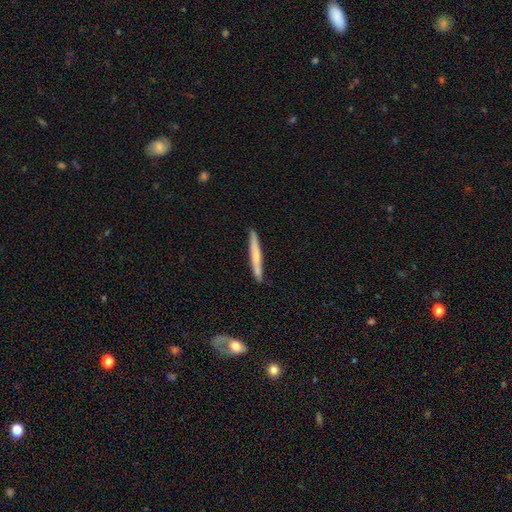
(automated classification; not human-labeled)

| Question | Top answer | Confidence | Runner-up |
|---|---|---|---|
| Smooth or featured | smooth | 56% | featured or disk (39%) |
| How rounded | cigar-shaped | 96% | in between (2%) |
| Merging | none | 88% | minor disturbance (8%) |